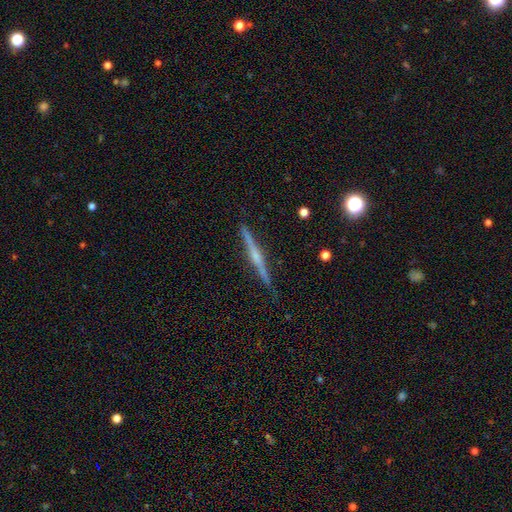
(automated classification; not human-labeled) Smooth or featured?
  - featured or disk: 80% *
  - smooth: 14%
  - star or artifact: 6%
Edge-on disk?
  - yes: 98% *
  - no: 2%
Edge-on bulge?
  - rounded: 78% *
  - none: 15%
  - boxy: 7%
Merging?
  - none: 91% *
  - minor disturbance: 7%
  - major disturbance: 1%
  - merger: 1%